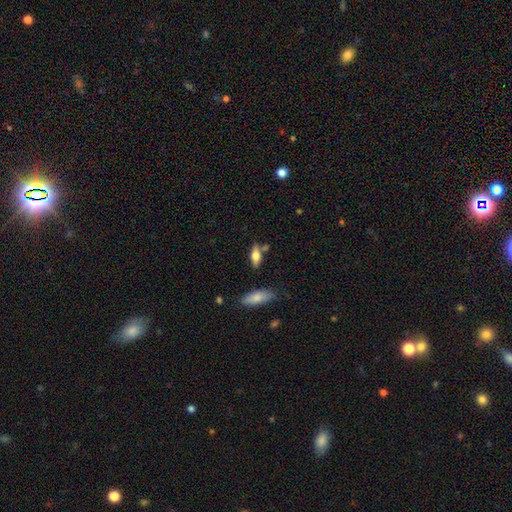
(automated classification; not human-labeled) smooth 59%, featured or disk 34%, star or artifact 8%. Down the decision tree: how rounded — in between (67%); merging — none (67%).